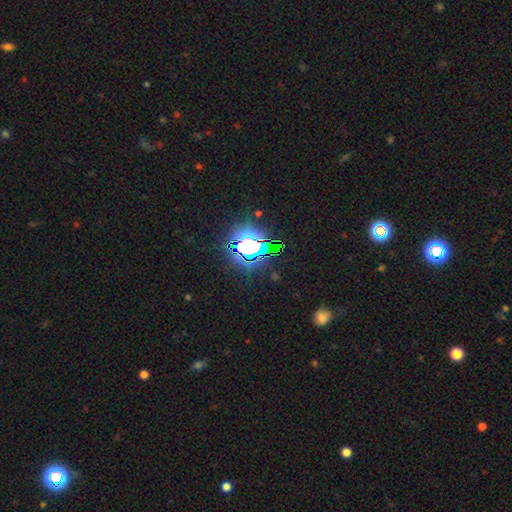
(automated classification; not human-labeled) smooth_or_featured: star or artifact (p=0.79) [alt: smooth p=0.12]